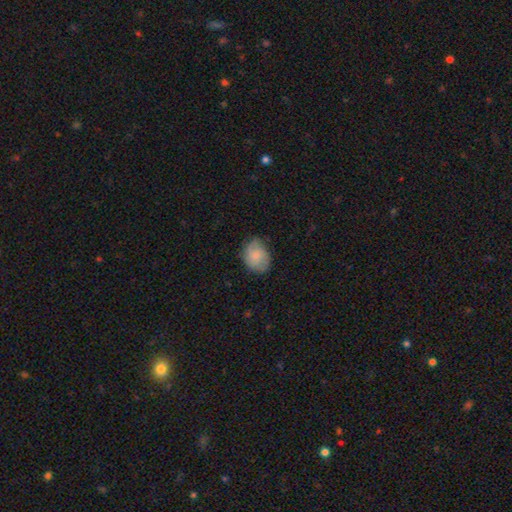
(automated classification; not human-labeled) Smooth or featured? Predicted: smooth (p=0.69). How rounded? Predicted: in between (p=0.59). Merging? Predicted: none (p=0.65).